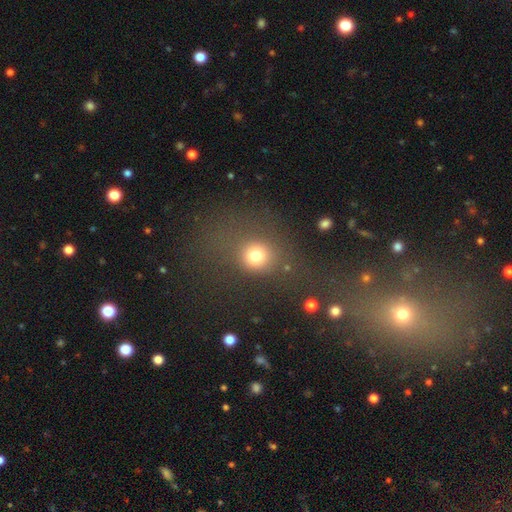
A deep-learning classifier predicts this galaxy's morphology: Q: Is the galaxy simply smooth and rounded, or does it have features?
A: smooth — 75%.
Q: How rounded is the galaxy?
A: round — 75%.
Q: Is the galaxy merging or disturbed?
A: none — 61%.